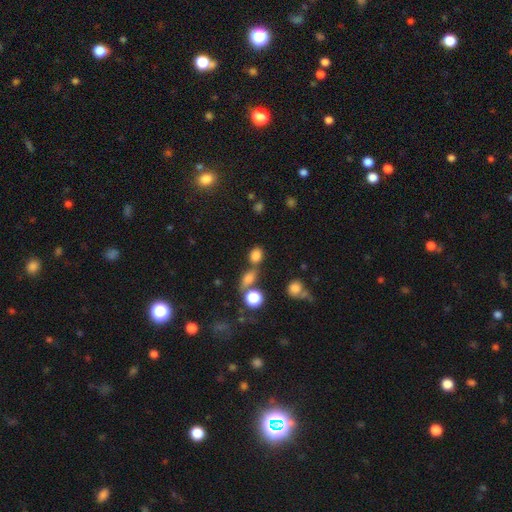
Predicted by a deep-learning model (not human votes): The model was most divided on "how rounded": in between: 55%, round: 43%, cigar-shaped: 3%. More confident: smooth or featured — smooth (78%); merging — none (56%).